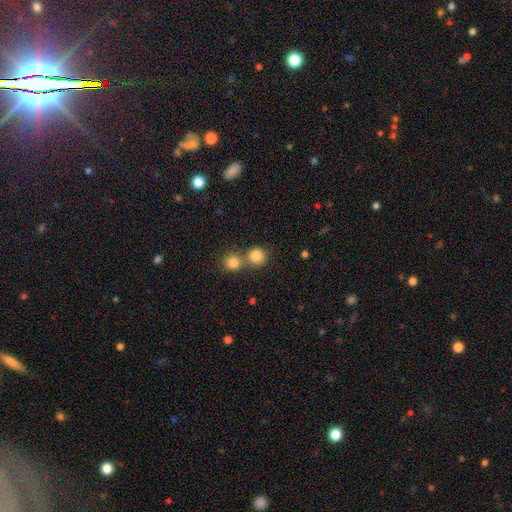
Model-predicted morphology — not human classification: Smooth or featured?
  - smooth: 83% *
  - star or artifact: 11%
  - featured or disk: 6%
How rounded?
  - round: 88% *
  - in between: 11%
  - cigar-shaped: 1%
Merging?
  - none: 52% *
  - merger: 39%
  - minor disturbance: 7%
  - major disturbance: 3%